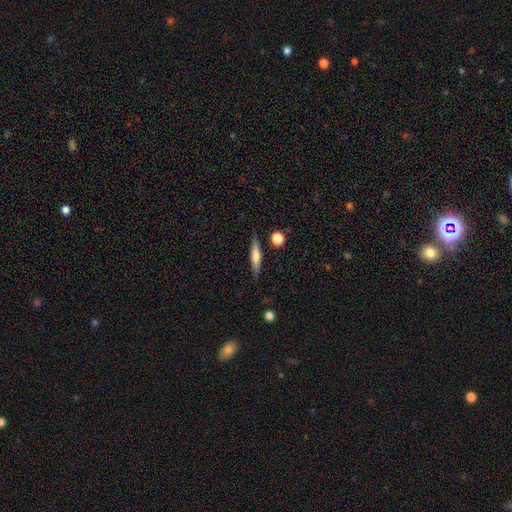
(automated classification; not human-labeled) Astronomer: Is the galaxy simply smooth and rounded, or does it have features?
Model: smooth — 60%.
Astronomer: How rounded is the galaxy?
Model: cigar-shaped — 83%.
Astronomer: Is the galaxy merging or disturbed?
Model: none — 86%.